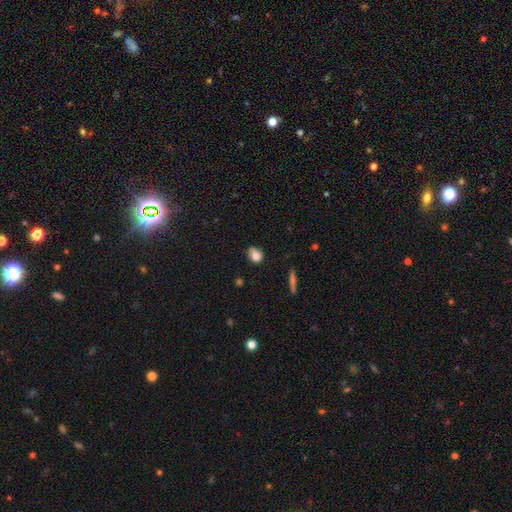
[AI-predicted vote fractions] smooth-or-featured: smooth: 79% | featured or disk: 11% | star or artifact: 10%
  how-rounded: round: 49% (tied) | in between: 49% (tied) | cigar-shaped: 2%
  merging: none: 53% | minor disturbance: 33% | major disturbance: 9% | merger: 5%